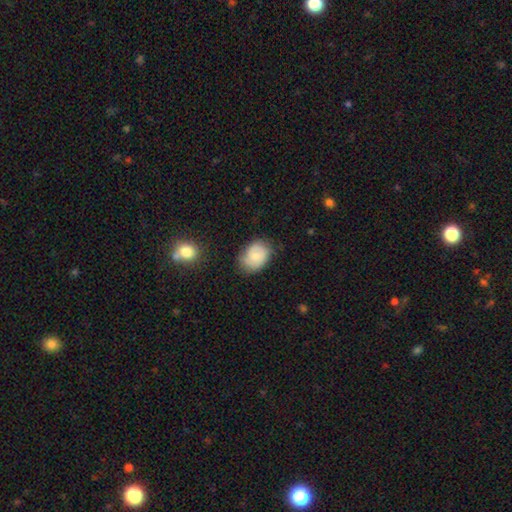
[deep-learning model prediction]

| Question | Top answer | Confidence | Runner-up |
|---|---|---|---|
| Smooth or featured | smooth | 69% | featured or disk (24%) |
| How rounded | in between | 62% | round (37%) |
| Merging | none | 70% | minor disturbance (23%) |